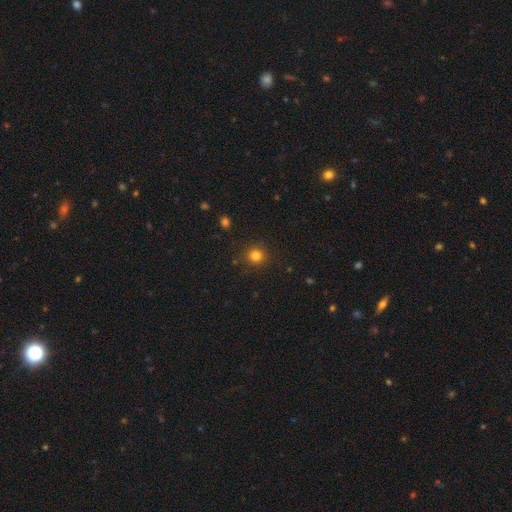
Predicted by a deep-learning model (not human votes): Smooth or featured? Predicted: smooth (p=0.81). How rounded? Predicted: round (p=0.92). Merging? Predicted: none (p=0.88).